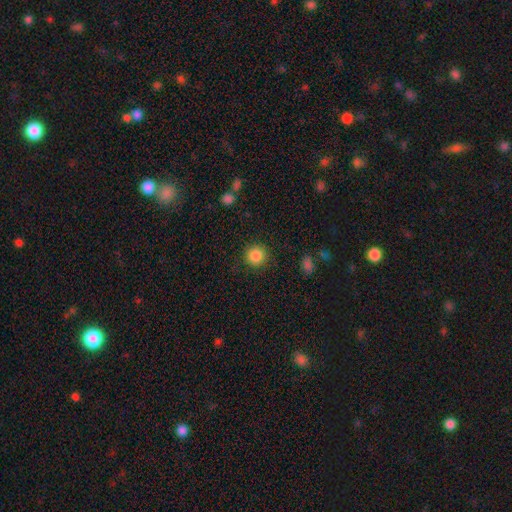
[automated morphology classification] This appears to be a smooth galaxy with no disk features (86%) that is round (93%). Merging: none (89%).